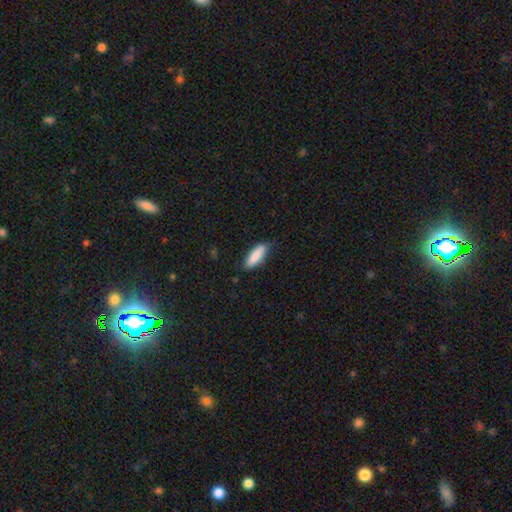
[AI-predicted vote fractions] Overall: smooth (87%). How rounded: in between (53%; cigar-shaped 46%). Merging: none (79%).